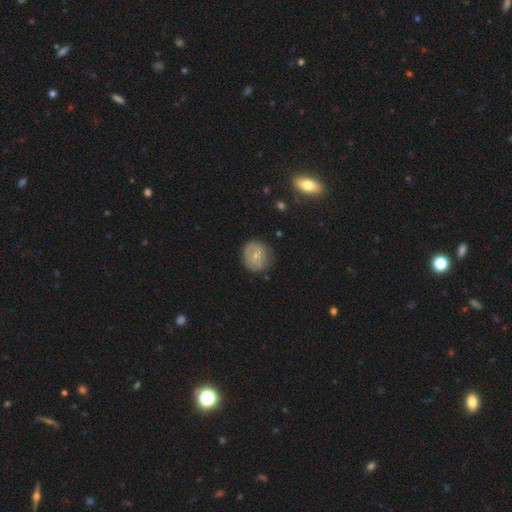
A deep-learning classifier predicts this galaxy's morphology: smooth 54%, featured or disk 38%, star or artifact 8%. Down the decision tree: how rounded — round (81%); merging — none (76%).